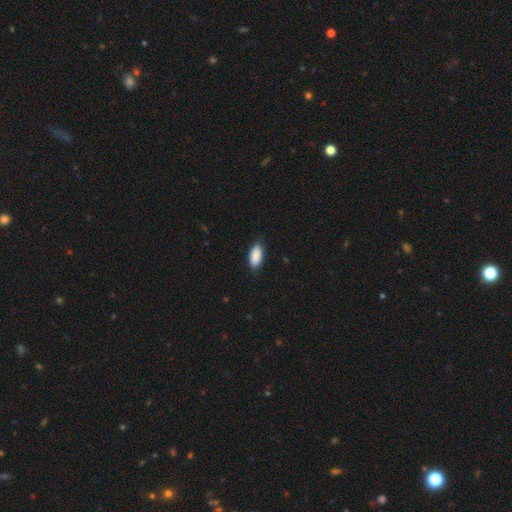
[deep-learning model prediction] A smooth galaxy with no disk features (90%) that is in between round and cigar-shaped (92%). Merging: none (82%).